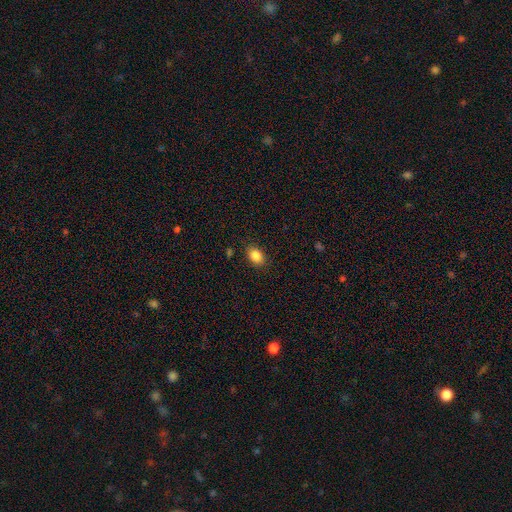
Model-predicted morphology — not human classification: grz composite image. It shows a smooth galaxy with no disk features (85%) that is in between round and cigar-shaped (76%). Merging: none (85%).